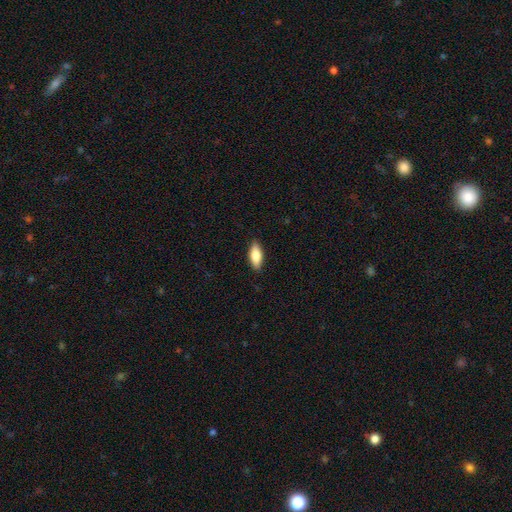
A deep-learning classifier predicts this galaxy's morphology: Smooth or featured: smooth — 78% (featured or disk — 16%)
How rounded: in between — 76% (cigar-shaped — 22%)
Merging: none — 89% (minor disturbance — 8%)